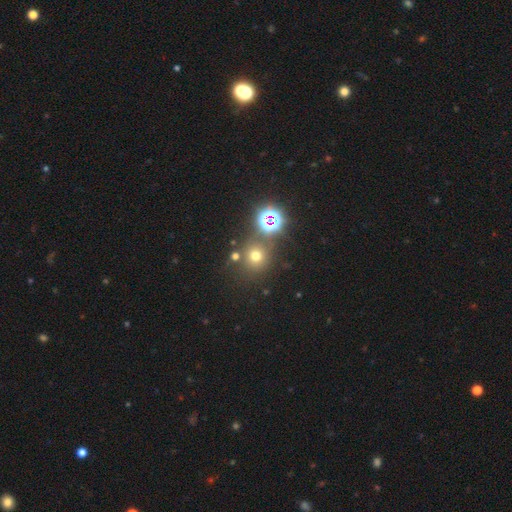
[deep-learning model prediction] The model was most divided on "smooth or featured": smooth: 60%, star or artifact: 31%, featured or disk: 9%. More confident: how rounded — round (90%); merging — none (77%).